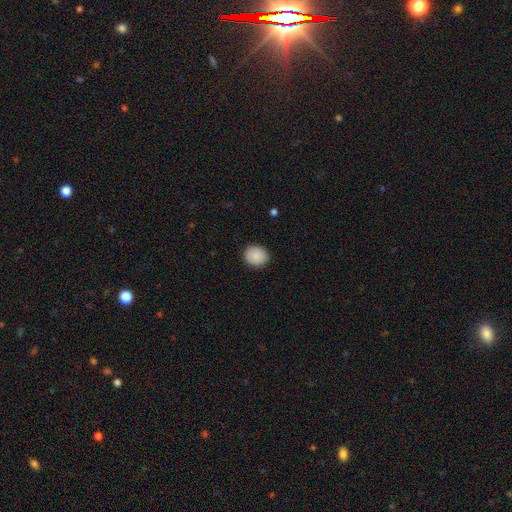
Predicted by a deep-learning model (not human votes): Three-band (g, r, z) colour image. It shows a smooth galaxy with no disk features (89%) that is round (76%). Merging: none (89%).